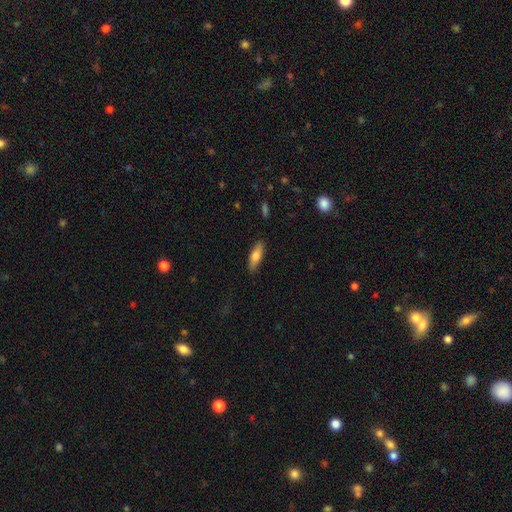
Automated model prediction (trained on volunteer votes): smooth-or-featured: smooth: 73% | featured or disk: 21% | star or artifact: 6%
  how-rounded: in between: 51% | cigar-shaped: 47% | round: 2%
  merging: none: 87% | minor disturbance: 10% | major disturbance: 2% | merger: 1%